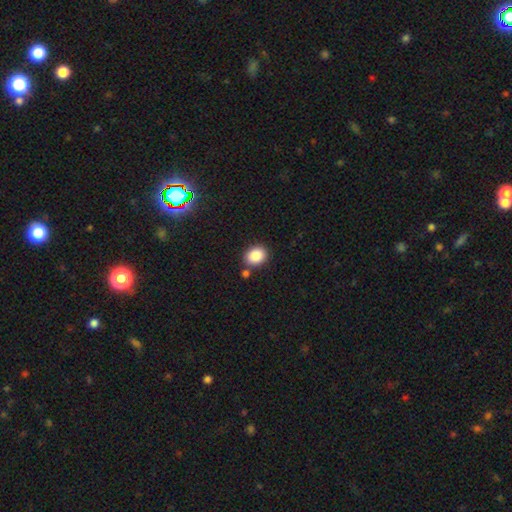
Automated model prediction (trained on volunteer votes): Q: Smooth or featured?
A: smooth (88%); runner-up: star or artifact (8%)
Q: How rounded?
A: in between (59%); runner-up: round (40%)
Q: Merging?
A: none (77%); runner-up: minor disturbance (11%)